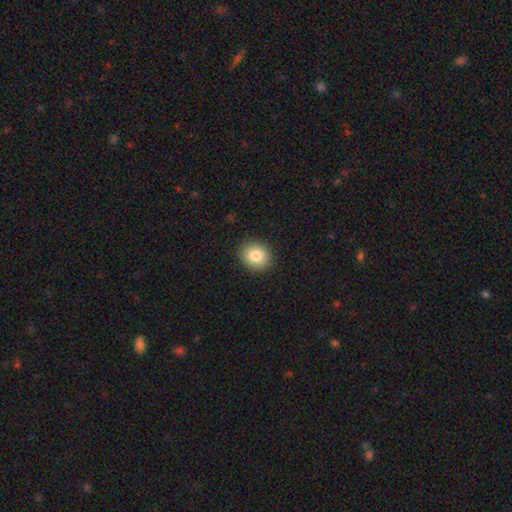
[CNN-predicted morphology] This appears to be a smooth galaxy with no disk features (83%) that is round (73%). Merging: none (90%).